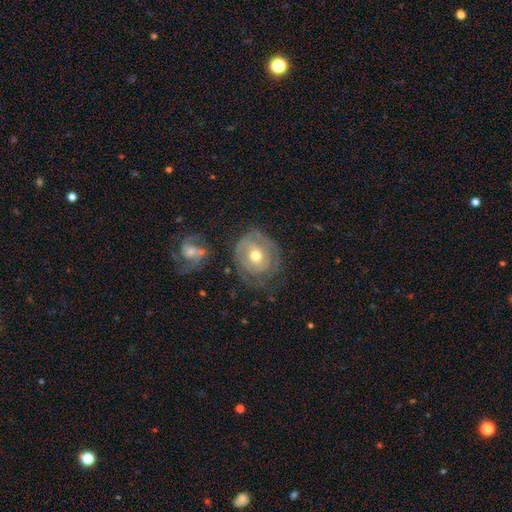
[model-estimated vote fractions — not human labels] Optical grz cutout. It shows a featured or disk galaxy (71%) with no bar (71%), tight (68%) spiral arms (75%) and a moderate central bulge (73%). Merging: none (59%).